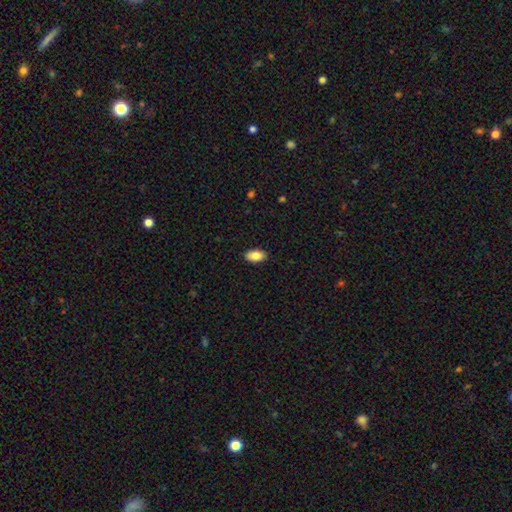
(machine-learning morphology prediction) smooth_or_featured: smooth (p=0.85) [alt: featured or disk p=0.08]
how_rounded: in between (p=0.94) [alt: round p=0.04]
merging: none (p=0.88) [alt: minor disturbance p=0.09]